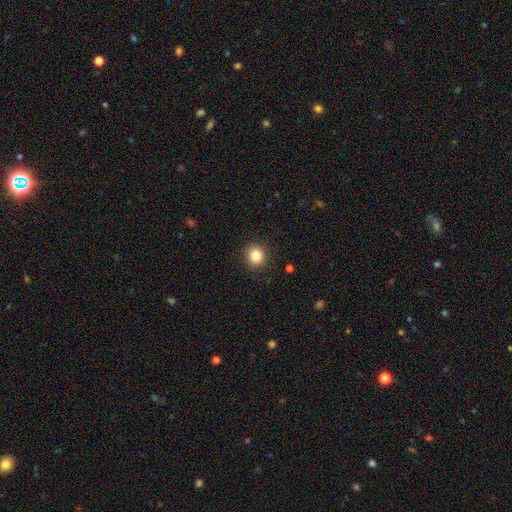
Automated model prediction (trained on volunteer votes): smooth-or-featured: smooth: 84% | star or artifact: 11% | featured or disk: 5%
  how-rounded: round: 87% | in between: 12% | cigar-shaped: 1%
  merging: none: 91% | minor disturbance: 6% | major disturbance: 2% | merger: 1%